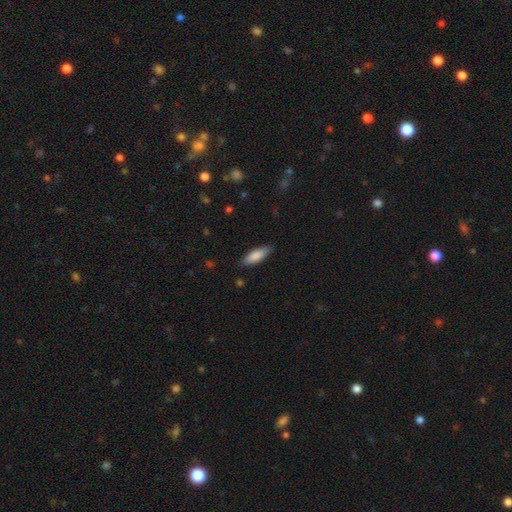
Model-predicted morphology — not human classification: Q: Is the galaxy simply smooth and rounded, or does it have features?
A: smooth — 84%.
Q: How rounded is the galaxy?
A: in between — 60%.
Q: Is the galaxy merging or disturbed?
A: none — 86%.